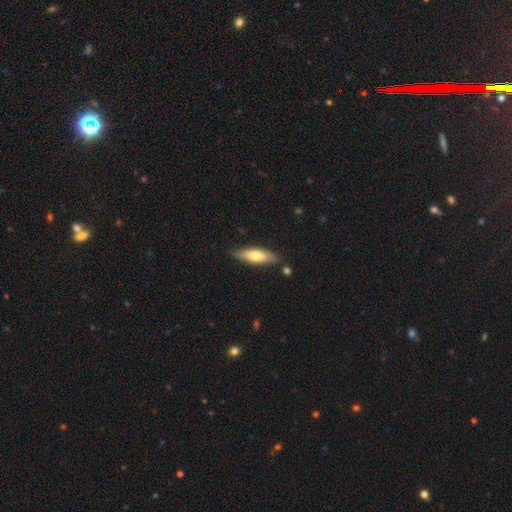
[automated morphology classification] Smooth or featured?
  - smooth: 65% *
  - featured or disk: 29%
  - star or artifact: 5%
How rounded?
  - cigar-shaped: 51% *
  - in between: 47%
  - round: 2%
Merging?
  - none: 79% *
  - minor disturbance: 15%
  - merger: 4%
  - major disturbance: 2%